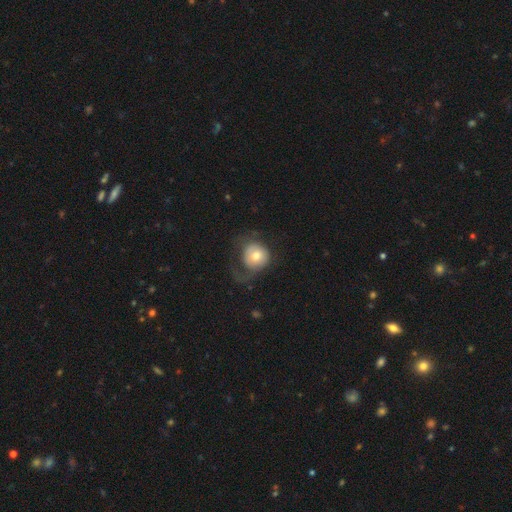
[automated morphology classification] This appears to be a smooth galaxy with no disk features (64%) that is round (84%). Merging: major disturbance (40%).